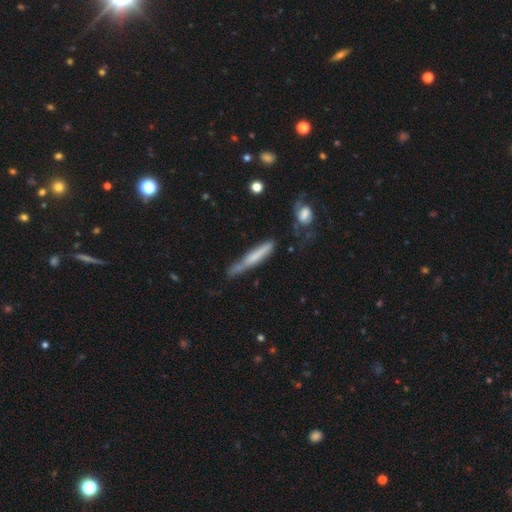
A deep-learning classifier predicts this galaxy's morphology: smooth-or-featured: smooth: 54% | featured or disk: 39% | star or artifact: 7%
  how-rounded: cigar-shaped: 92% | in between: 6% | round: 2%
  merging: none: 51% | minor disturbance: 28% | major disturbance: 12% | merger: 9%